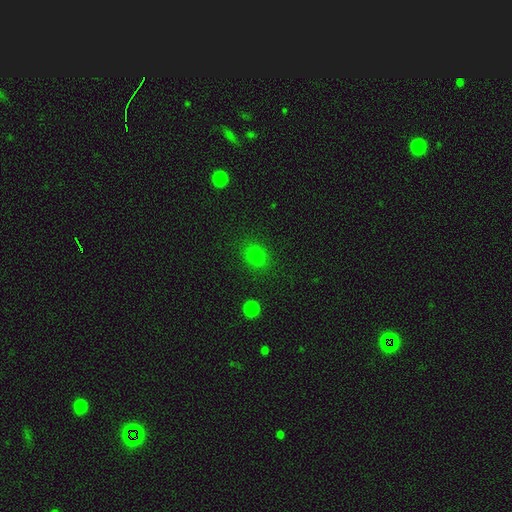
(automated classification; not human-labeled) A smooth galaxy with no disk features (80%) that is round (58%). Merging: none (85%).